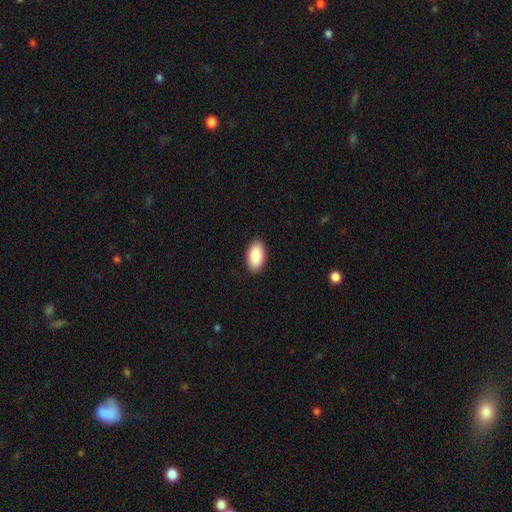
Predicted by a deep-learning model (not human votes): The model was most divided on "merging": none: 90%, minor disturbance: 7%, major disturbance: 2%, merger: 1%. More confident: how rounded — in between (95%); smooth or featured — smooth (90%).